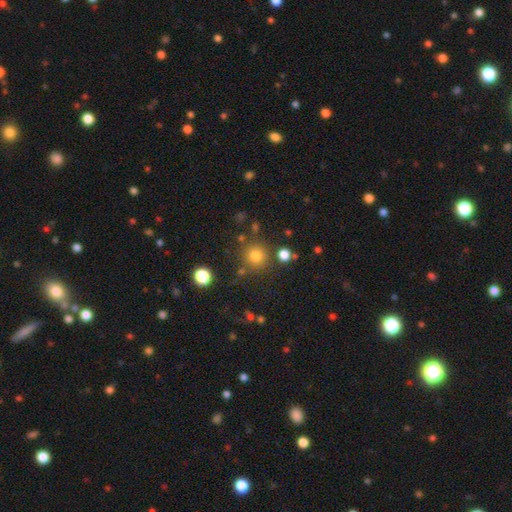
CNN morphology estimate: type=smooth (78%); roundness=round (93%); merging=none (81%).